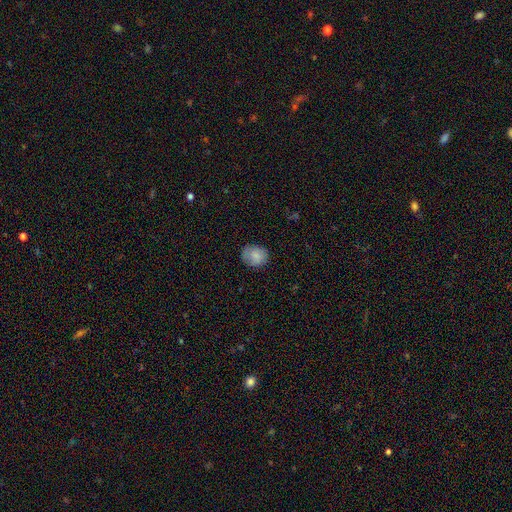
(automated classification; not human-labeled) Smooth or featured? smooth (82%)
How rounded? round (59%)
Merging? none (77%)